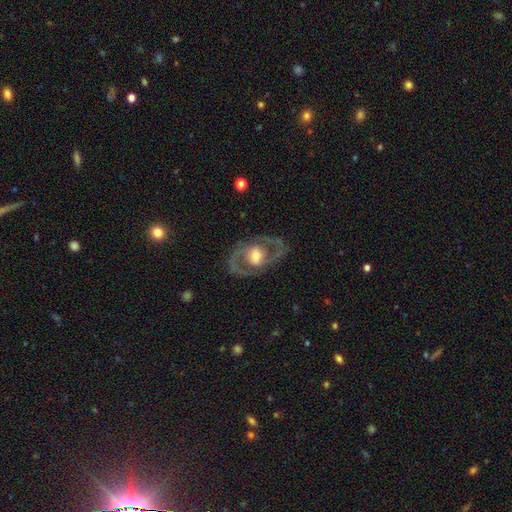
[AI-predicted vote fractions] featured or disk 84%, smooth 11%, star or artifact 5%. Down the decision tree: edge-on disk — no (95%); bar — no (42%); spiral arms — yes (85%); spiral arm count — 2 (89%); spiral winding — medium (58%); bulge size — moderate (65%); merging — none (81%).